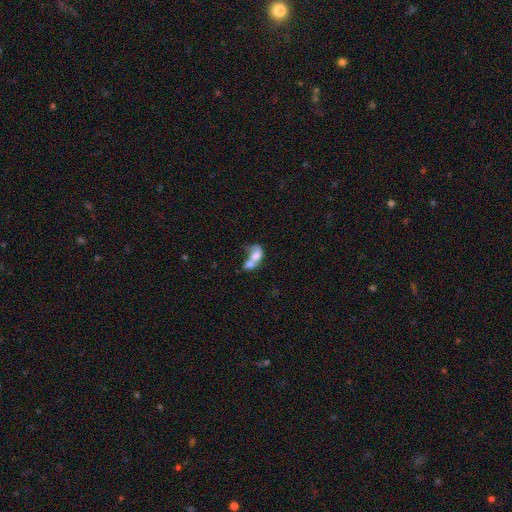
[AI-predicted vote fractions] This is possibly a smooth galaxy (59%). How rounded: likely in between (80%). Merging: likely merger (73%).